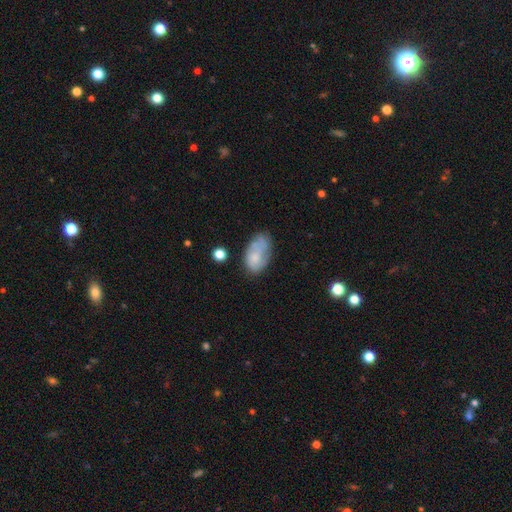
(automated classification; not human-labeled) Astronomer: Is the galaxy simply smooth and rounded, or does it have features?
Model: smooth — 64%.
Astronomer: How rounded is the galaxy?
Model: in between — 92%.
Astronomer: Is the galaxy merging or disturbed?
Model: none — 48% (runner-up: minor disturbance, 31%).